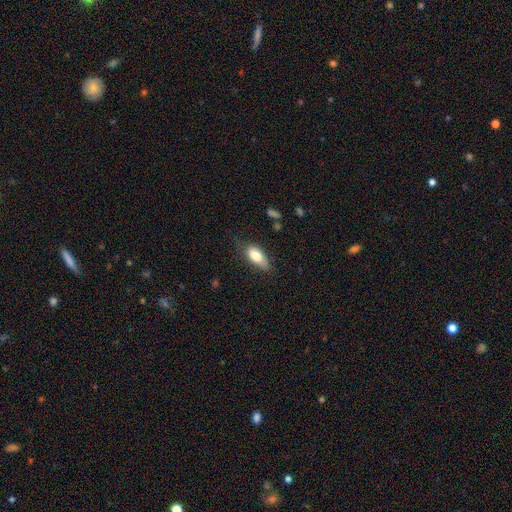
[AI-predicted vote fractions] Smooth or featured? smooth (79%)
How rounded? in between (86%)
Merging? none (60%)